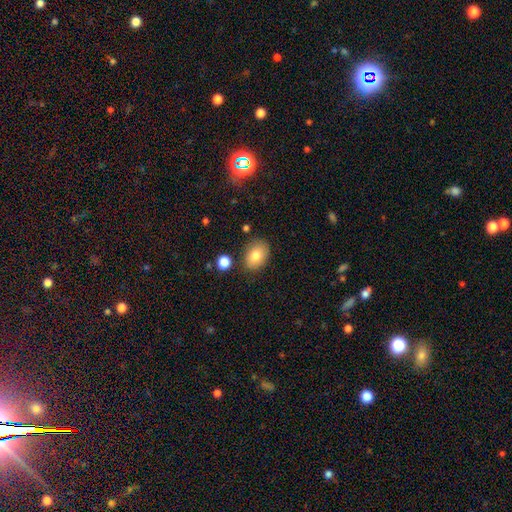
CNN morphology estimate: Q: Smooth or featured?
A: smooth (80%); runner-up: featured or disk (11%)
Q: How rounded?
A: in between (69%); runner-up: round (30%)
Q: Merging?
A: none (81%); runner-up: minor disturbance (12%)